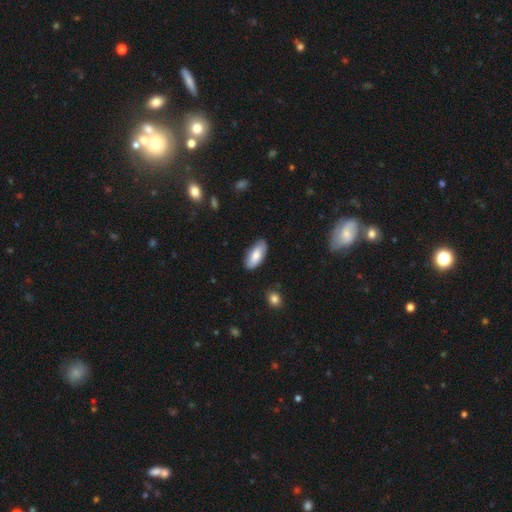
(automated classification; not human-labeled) Q: Smooth or featured?
A: smooth (77%); runner-up: featured or disk (17%)
Q: How rounded?
A: in between (90%); runner-up: cigar-shaped (8%)
Q: Merging?
A: none (80%); runner-up: minor disturbance (16%)